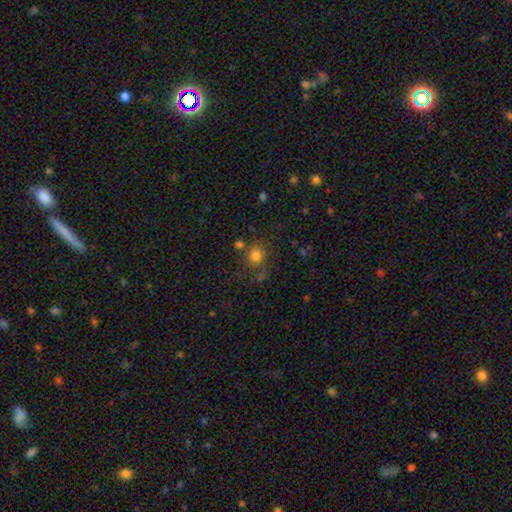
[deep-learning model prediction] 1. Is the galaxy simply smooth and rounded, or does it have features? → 75% smooth, 15% star or artifact, 10% featured or disk.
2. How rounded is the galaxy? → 80% round, 19% in between, 1% cigar-shaped.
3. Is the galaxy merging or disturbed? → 62% none, 15% minor disturbance, 15% merger, 9% major disturbance.